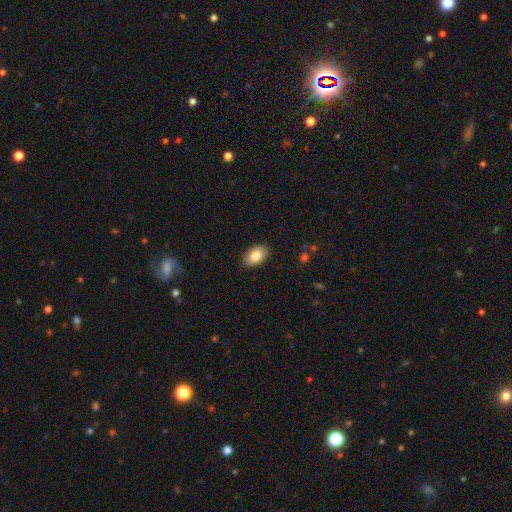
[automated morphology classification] Overall: smooth (83%). How rounded: in between (92%). Merging: none (86%).